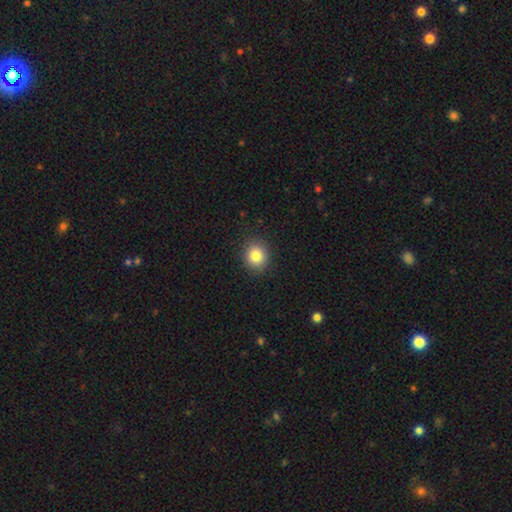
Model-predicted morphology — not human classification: smooth-or-featured: smooth: 84% | star or artifact: 10% | featured or disk: 6%
  how-rounded: round: 81% | in between: 18% | cigar-shaped: 1%
  merging: none: 89% | minor disturbance: 8% | major disturbance: 2% | merger: 1%